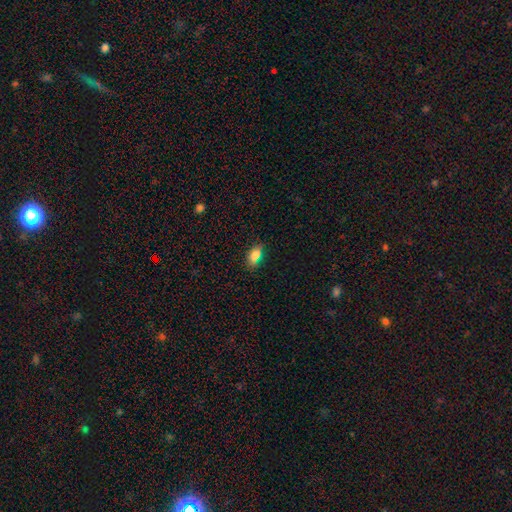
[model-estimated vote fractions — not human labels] A smooth galaxy with no disk features (82%) that is in between round and cigar-shaped (86%). Merging: none (74%).